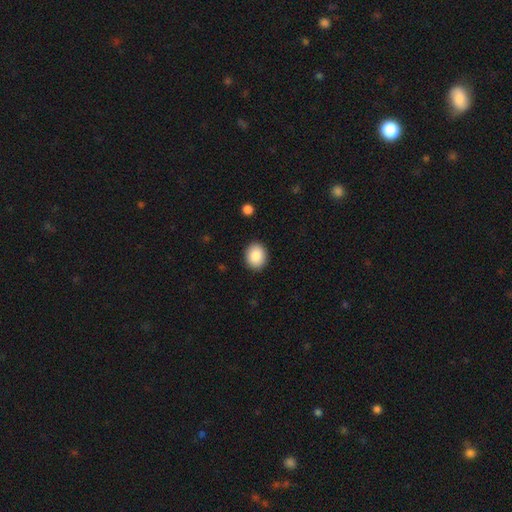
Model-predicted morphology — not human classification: Smooth or featured? smooth (88%)
How rounded? round (52%)
Merging? none (90%)